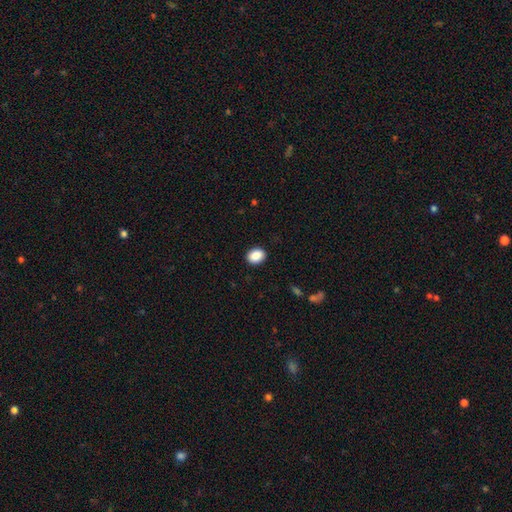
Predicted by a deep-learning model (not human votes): Smooth or featured: smooth — 89% (star or artifact — 8%)
How rounded: in between — 61% (round — 38%)
Merging: none — 90% (minor disturbance — 7%)